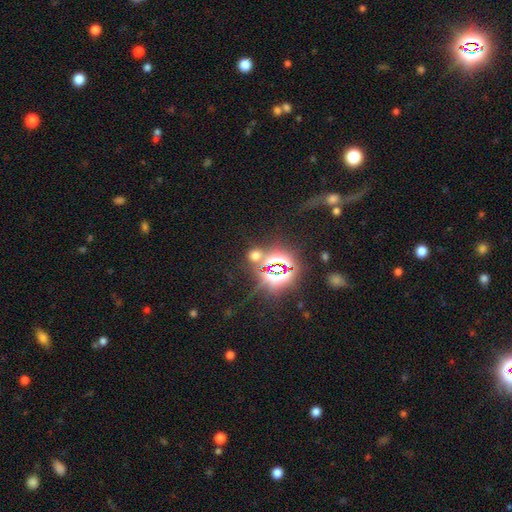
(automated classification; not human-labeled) Smooth or featured? Predicted: star or artifact (p=0.55).